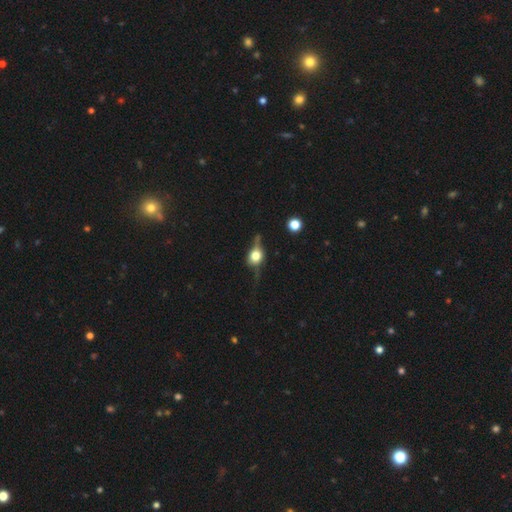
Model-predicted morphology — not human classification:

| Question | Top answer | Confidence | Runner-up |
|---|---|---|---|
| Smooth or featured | featured or disk | 53% | smooth (36%) |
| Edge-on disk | yes | 86% | no (14%) |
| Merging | none | 60% | minor disturbance (23%) |